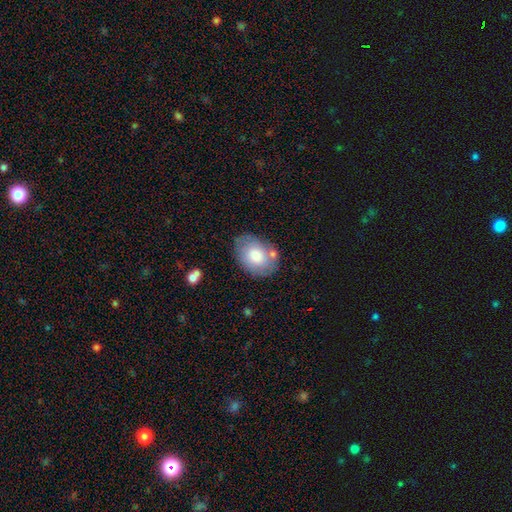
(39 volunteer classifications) This appears to be a smooth galaxy with no disk features (62%) that is in between round and cigar-shaped (75%). Merging: none (68%).